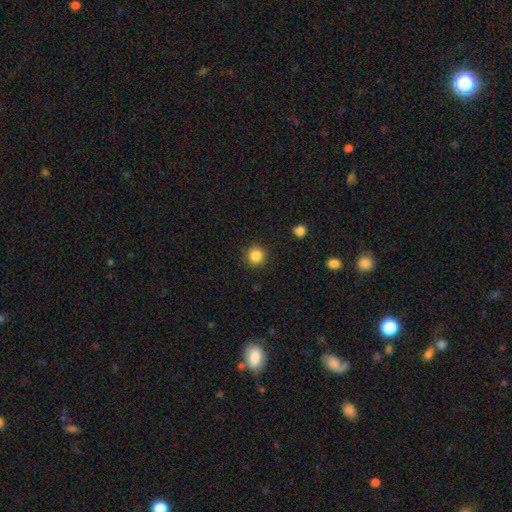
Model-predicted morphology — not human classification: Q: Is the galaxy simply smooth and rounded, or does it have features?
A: smooth — 85%.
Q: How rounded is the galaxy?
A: round — 94%.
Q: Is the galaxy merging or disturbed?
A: none — 90%.